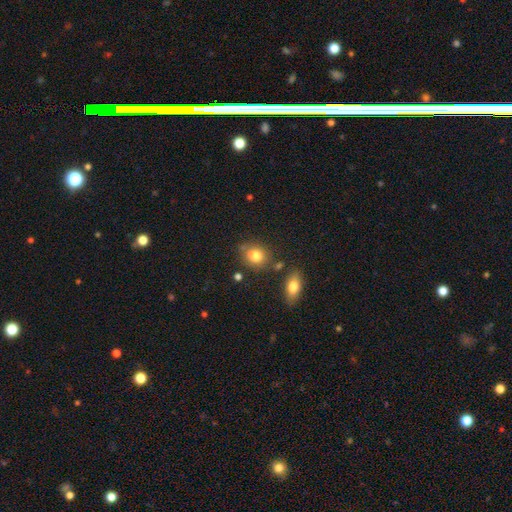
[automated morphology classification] Q: Smooth or featured?
A: smooth (79%); runner-up: star or artifact (11%)
Q: How rounded?
A: round (54%); runner-up: in between (44%)
Q: Merging?
A: none (67%); runner-up: minor disturbance (16%)